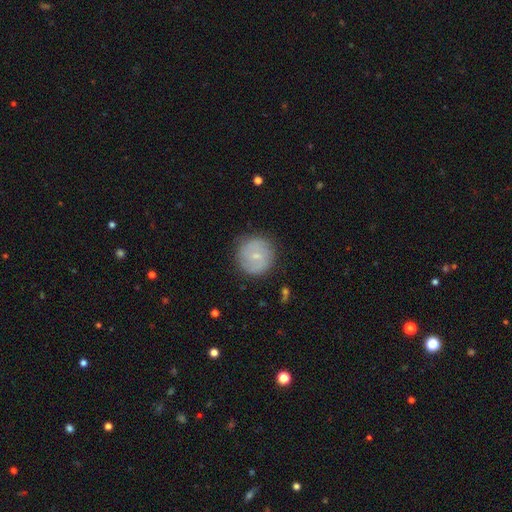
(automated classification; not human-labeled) Smooth or featured? featured or disk (48%)
Merging? none (83%)